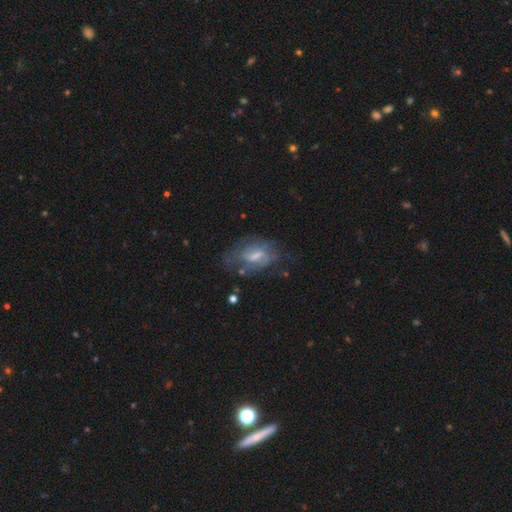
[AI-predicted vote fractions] Smooth or featured? Predicted: featured or disk (p=0.63). Edge-on disk? Predicted: no (p=0.93). Bar? Predicted: weak (p=0.51). Spiral arms? Predicted: yes (p=0.64). Bulge size? Predicted: moderate (p=0.44). Merging? Predicted: none (p=0.55).